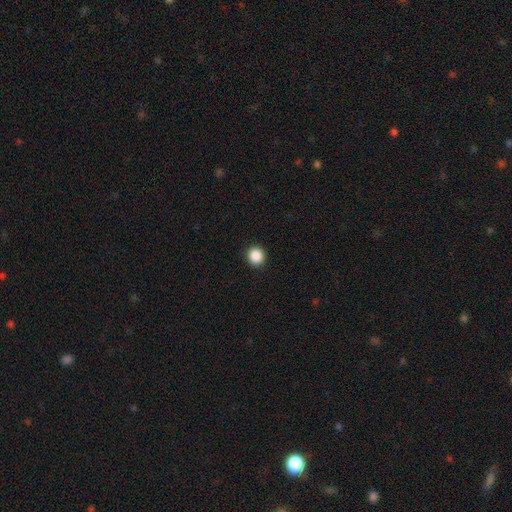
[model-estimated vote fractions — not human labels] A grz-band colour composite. It shows a smooth galaxy with no disk features (88%) that is round (91%). Merging: none (92%).